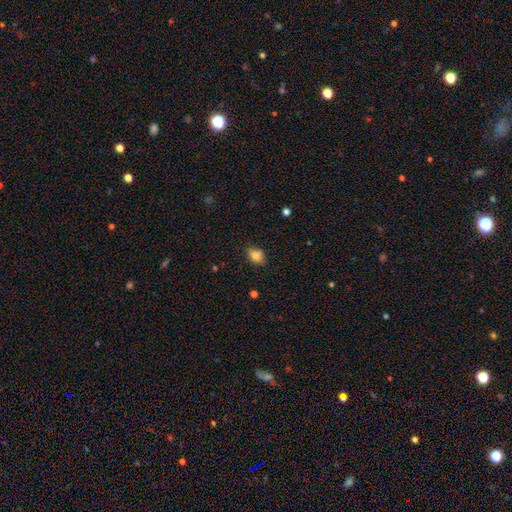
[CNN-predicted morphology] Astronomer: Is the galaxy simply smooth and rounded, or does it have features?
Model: smooth — 79%.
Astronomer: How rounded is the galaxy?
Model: in between — 75%.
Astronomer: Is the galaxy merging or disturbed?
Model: none — 80%.